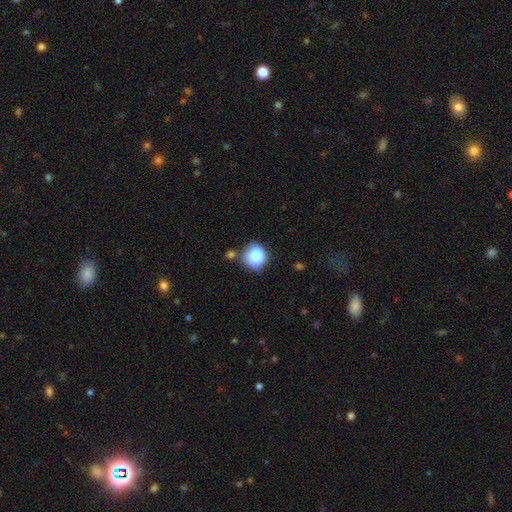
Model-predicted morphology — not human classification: The model was most divided on "merging": none: 60%, minor disturbance: 22%, merger: 12%, major disturbance: 6%. More confident: smooth or featured — smooth (84%); how rounded — round (74%).